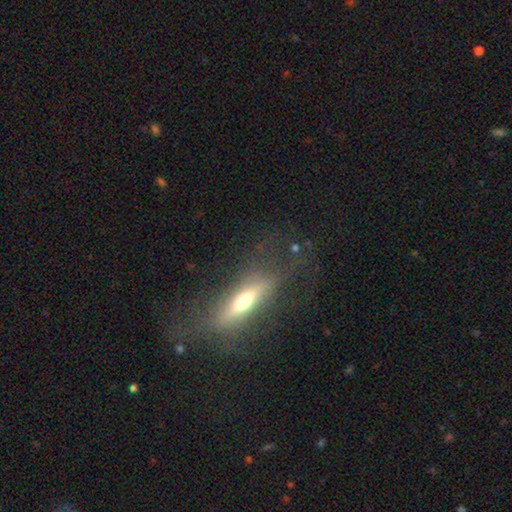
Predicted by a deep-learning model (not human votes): Overall: featured or disk (57%; smooth 33%). Edge-on disk: yes (70%). Merging: none (60%).